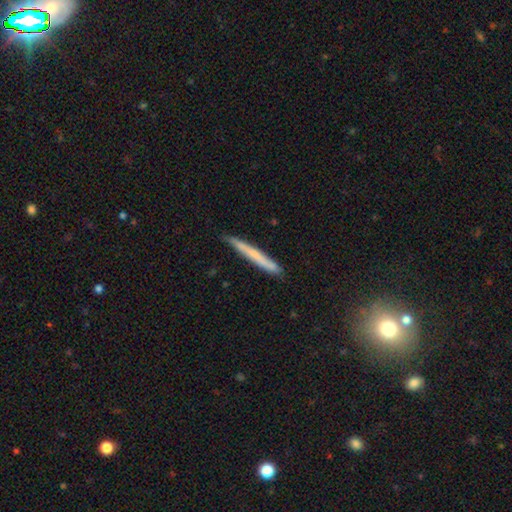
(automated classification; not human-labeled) smooth-or-featured: smooth: 59% | featured or disk: 35% | star or artifact: 6%
  how-rounded: cigar-shaped: 97% | in between: 2% | round: 1%
  merging: none: 84% | minor disturbance: 12% | major disturbance: 2% | merger: 1%